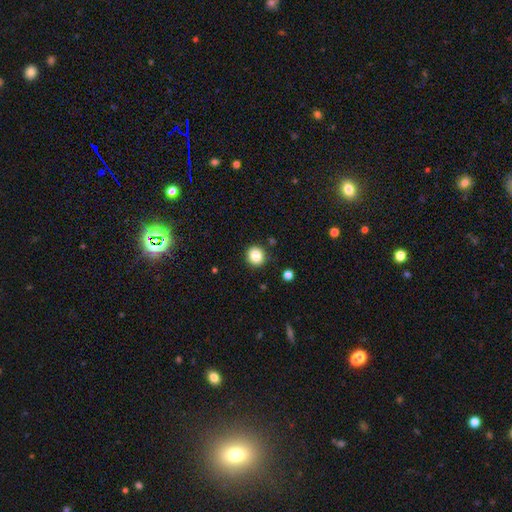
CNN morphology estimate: Q: Smooth or featured?
A: smooth (84%); runner-up: star or artifact (10%)
Q: How rounded?
A: round (90%); runner-up: in between (9%)
Q: Merging?
A: none (90%); runner-up: minor disturbance (6%)